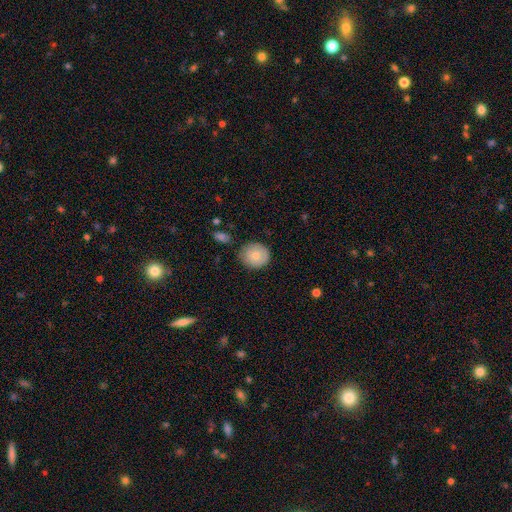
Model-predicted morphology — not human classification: Overall: smooth (78%). How rounded: round (85%). Merging: none (75%).